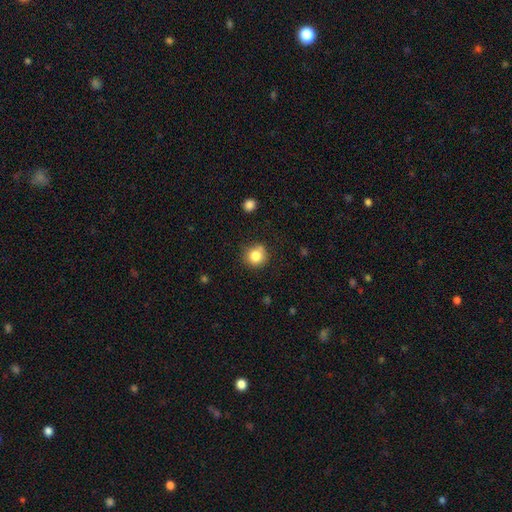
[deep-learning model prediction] smooth 83%, star or artifact 11%, featured or disk 7%. Down the decision tree: how rounded — round (91%); merging — none (78%).